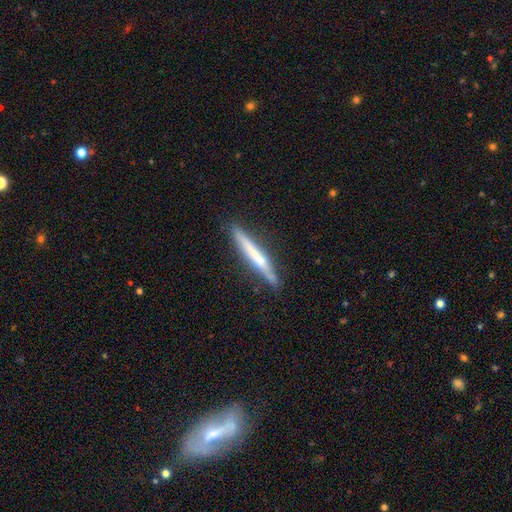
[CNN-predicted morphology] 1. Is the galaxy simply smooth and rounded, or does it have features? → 49% featured or disk, 45% smooth, 6% star or artifact.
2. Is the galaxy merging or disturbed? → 86% none, 10% minor disturbance, 2% major disturbance, 2% merger.